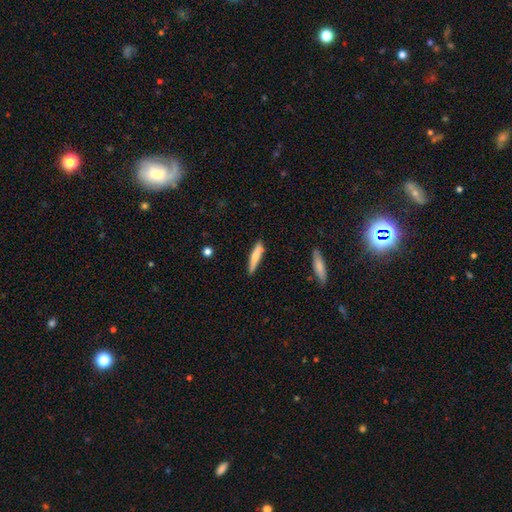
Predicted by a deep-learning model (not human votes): This is likely a smooth galaxy (66%). How rounded: clearly cigar-shaped (85%). Merging: likely none (73%).